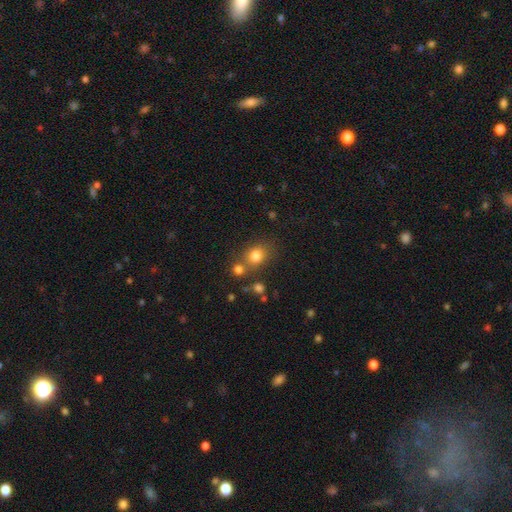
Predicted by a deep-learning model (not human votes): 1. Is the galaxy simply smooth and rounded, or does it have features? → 79% smooth, 13% star or artifact, 8% featured or disk.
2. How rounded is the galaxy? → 65% round, 34% in between, 1% cigar-shaped.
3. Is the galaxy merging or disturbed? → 63% none, 21% merger, 12% minor disturbance, 5% major disturbance.